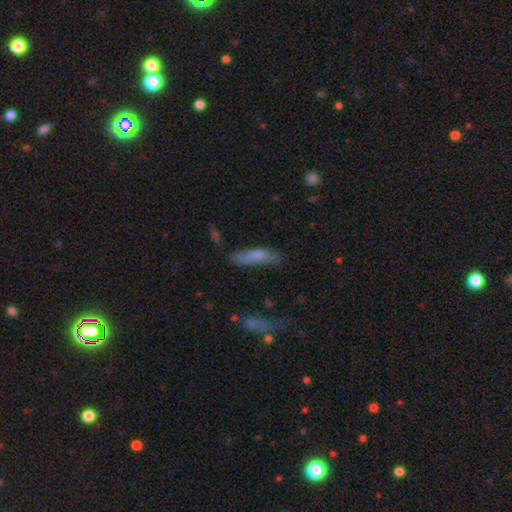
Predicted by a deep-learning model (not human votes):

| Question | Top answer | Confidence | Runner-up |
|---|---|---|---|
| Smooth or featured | smooth | 66% | featured or disk (25%) |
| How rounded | cigar-shaped | 77% | in between (21%) |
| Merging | none | 61% | minor disturbance (24%) |